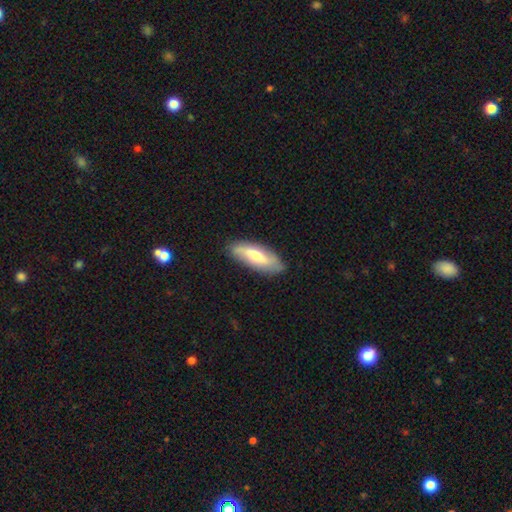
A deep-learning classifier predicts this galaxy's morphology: A smooth galaxy with no disk features (54%) that is in between round and cigar-shaped (63%). Merging: none (83%).